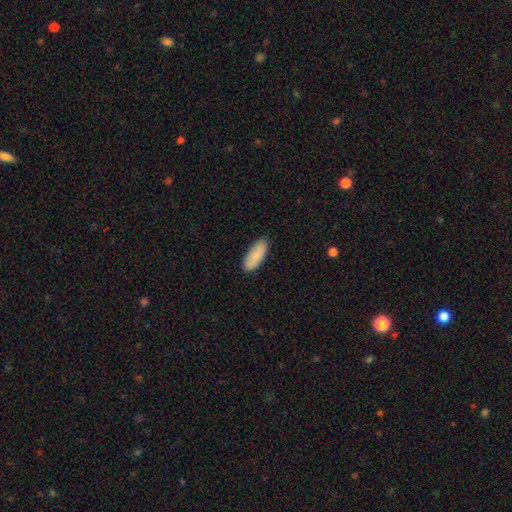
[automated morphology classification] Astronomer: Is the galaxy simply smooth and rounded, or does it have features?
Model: smooth — 87%.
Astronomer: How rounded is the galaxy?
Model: in between — 82%.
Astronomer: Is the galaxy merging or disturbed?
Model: none — 86%.